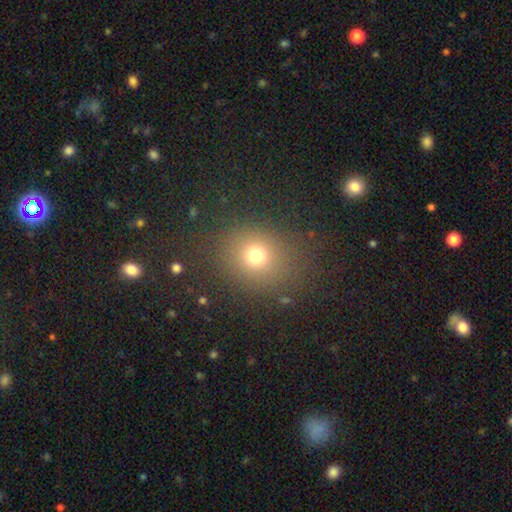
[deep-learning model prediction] Q: Smooth or featured?
A: smooth (73%); runner-up: star or artifact (19%)
Q: How rounded?
A: round (74%); runner-up: in between (25%)
Q: Merging?
A: none (83%); runner-up: minor disturbance (10%)